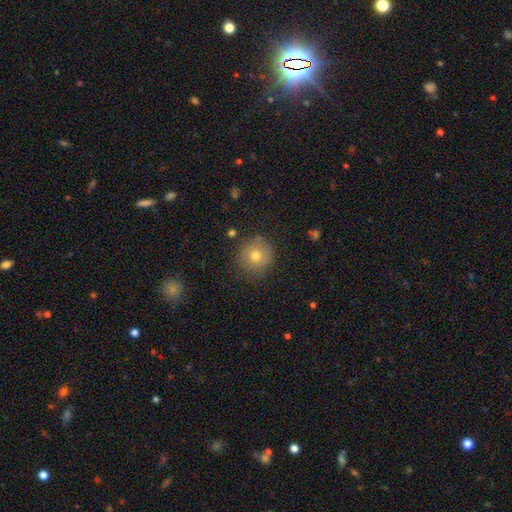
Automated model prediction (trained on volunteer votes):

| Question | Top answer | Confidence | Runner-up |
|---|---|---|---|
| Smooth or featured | smooth | 70% | featured or disk (16%) |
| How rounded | round | 93% | in between (6%) |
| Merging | none | 84% | minor disturbance (11%) |